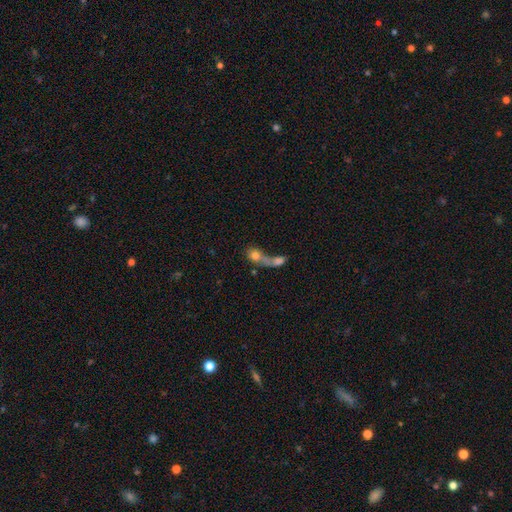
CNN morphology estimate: This is likely a smooth galaxy (72%). How rounded: possibly round (54%). Merging: likely merger (68%).